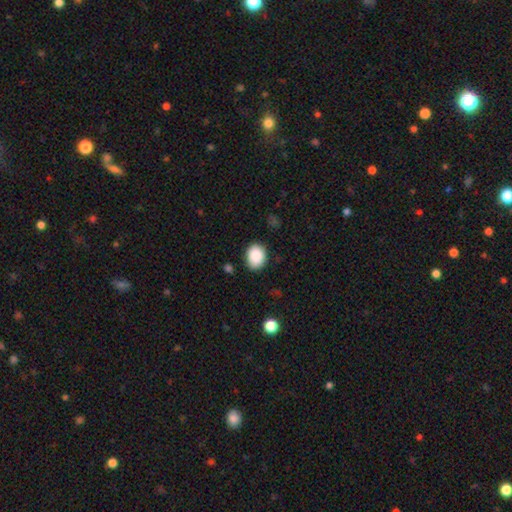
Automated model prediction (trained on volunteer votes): smooth-or-featured: smooth: 89% | star or artifact: 8% | featured or disk: 4%
  how-rounded: in between: 62% | round: 37% | cigar-shaped: 1%
  merging: none: 82% | minor disturbance: 13% | major disturbance: 3% | merger: 2%